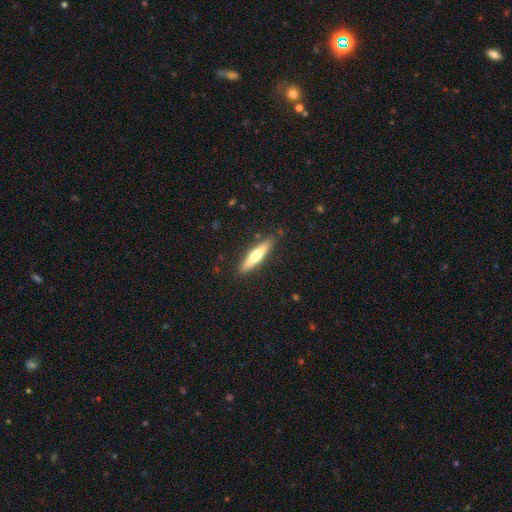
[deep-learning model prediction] featured or disk 54%, smooth 41%, star or artifact 5%. Down the decision tree: edge-on disk — yes (95%); edge-on bulge — rounded (92%); merging — none (89%).